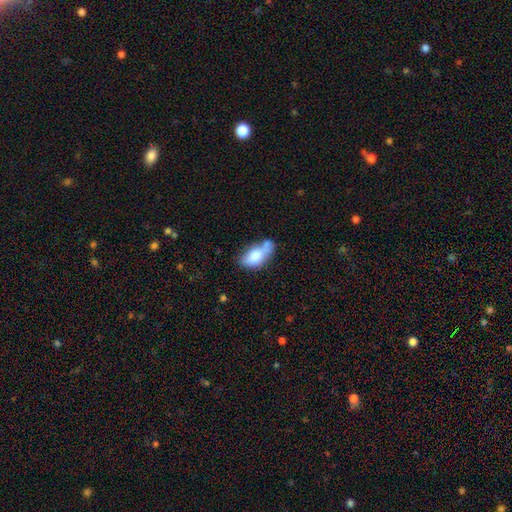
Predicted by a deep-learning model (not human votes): Morphology: type=smooth (72%); roundness=in between (89%); merging=none (34%).